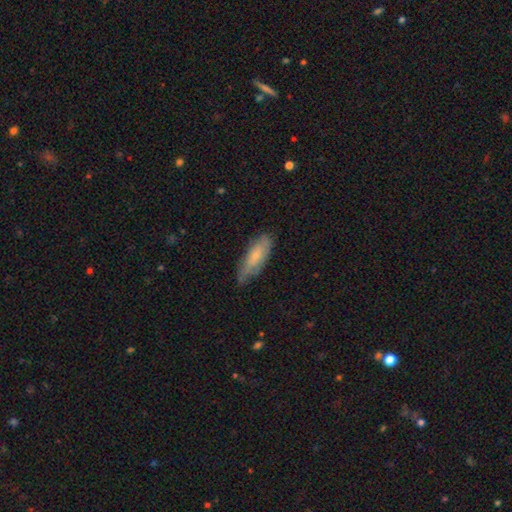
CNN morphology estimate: The model was most divided on "how rounded": in between: 59%, cigar-shaped: 39%, round: 2%. More confident: merging — none (67%); smooth or featured — smooth (63%).